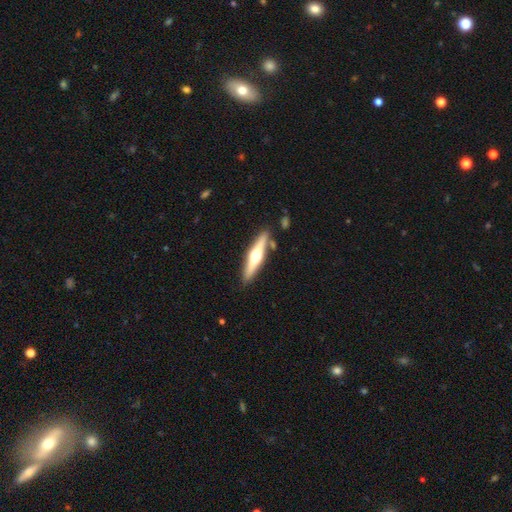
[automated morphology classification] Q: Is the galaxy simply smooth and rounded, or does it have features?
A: featured or disk — 62%.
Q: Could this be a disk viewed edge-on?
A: yes — 96%.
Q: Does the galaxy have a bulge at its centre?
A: rounded — 93%.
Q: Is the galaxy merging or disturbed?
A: none — 84%.